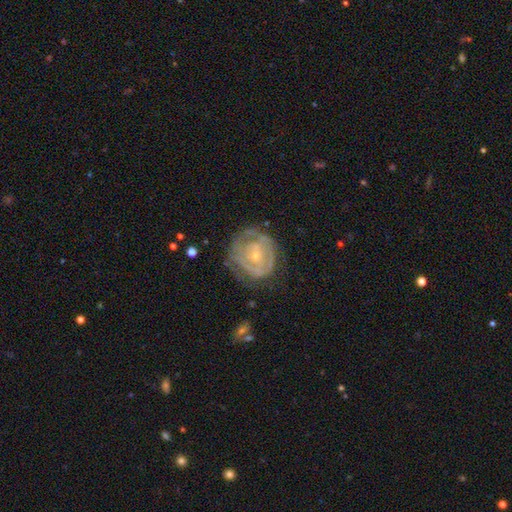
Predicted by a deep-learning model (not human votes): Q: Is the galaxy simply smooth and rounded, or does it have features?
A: featured or disk — 71%.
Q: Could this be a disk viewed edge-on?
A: no — 97%.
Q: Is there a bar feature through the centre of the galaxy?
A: no — 73%.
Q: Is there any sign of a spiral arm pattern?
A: yes — 66%.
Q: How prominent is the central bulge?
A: small — 75%.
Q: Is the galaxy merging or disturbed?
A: none — 58%.